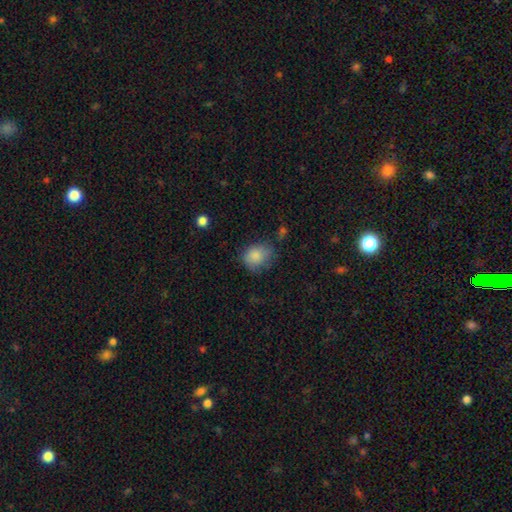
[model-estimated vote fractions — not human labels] Overall: smooth (84%). How rounded: round (59%; in between 40%). Merging: none (59%; minor disturbance 29%).